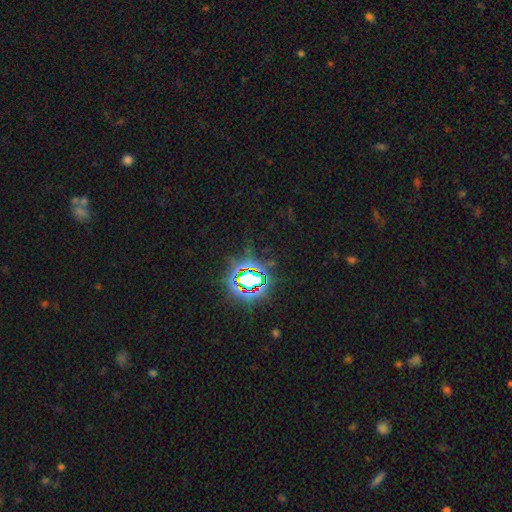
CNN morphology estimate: Q: Smooth or featured?
A: star or artifact (82%); runner-up: smooth (12%)